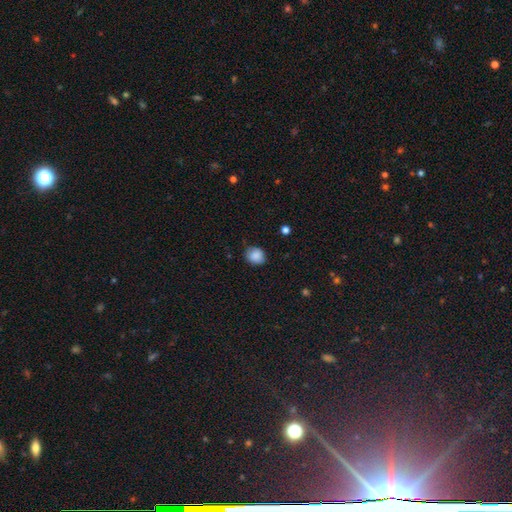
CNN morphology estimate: smooth_or_featured: smooth (p=0.86) [alt: star or artifact p=0.09]
how_rounded: round (p=0.68) [alt: in between p=0.31]
merging: none (p=0.79) [alt: minor disturbance p=0.16]